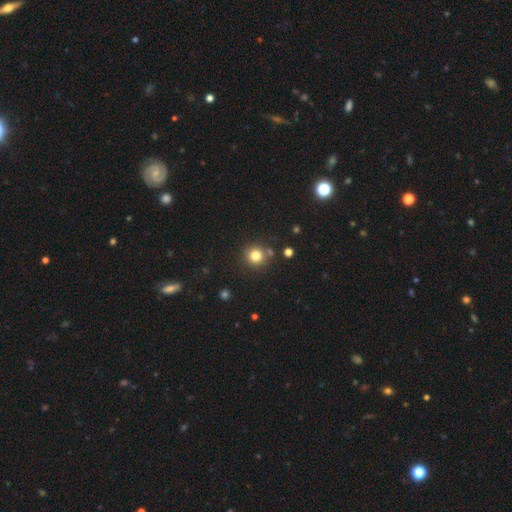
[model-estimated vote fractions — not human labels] smooth-or-featured: smooth: 80% | star or artifact: 14% | featured or disk: 6%
  how-rounded: round: 93% | in between: 6% | cigar-shaped: 1%
  merging: none: 82% | minor disturbance: 8% | merger: 7% | major disturbance: 3%